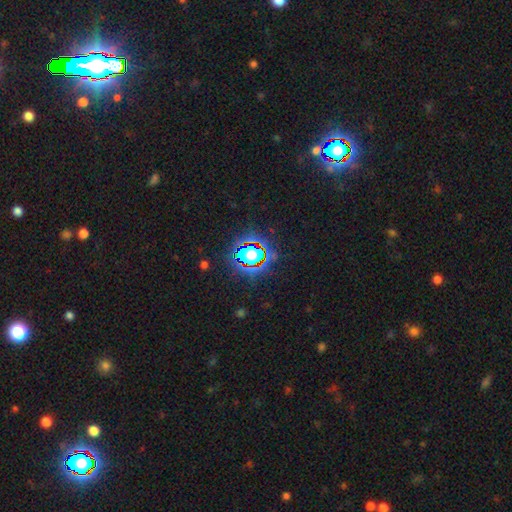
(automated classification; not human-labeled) Smooth or featured?
  - star or artifact: 81% *
  - smooth: 12%
  - featured or disk: 7%